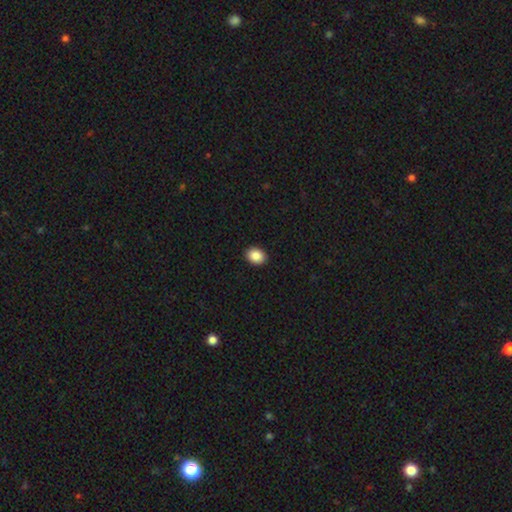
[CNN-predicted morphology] Smooth or featured: smooth — 88% (star or artifact — 8%)
How rounded: in between — 56% (round — 43%)
Merging: none — 92% (minor disturbance — 6%)